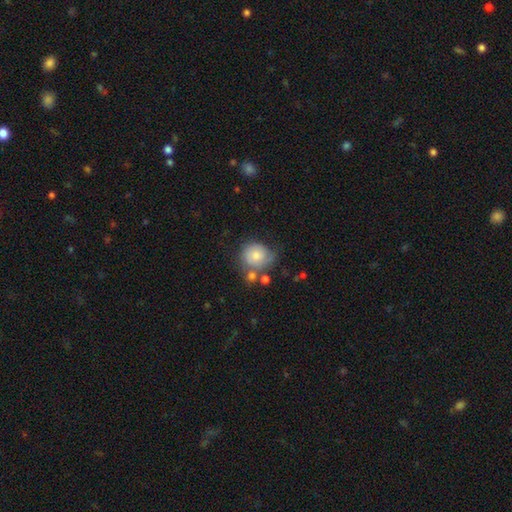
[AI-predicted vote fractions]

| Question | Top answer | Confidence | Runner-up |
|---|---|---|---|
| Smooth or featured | smooth | 71% | featured or disk (21%) |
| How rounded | round | 83% | in between (16%) |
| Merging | none | 46% | minor disturbance (26%) |